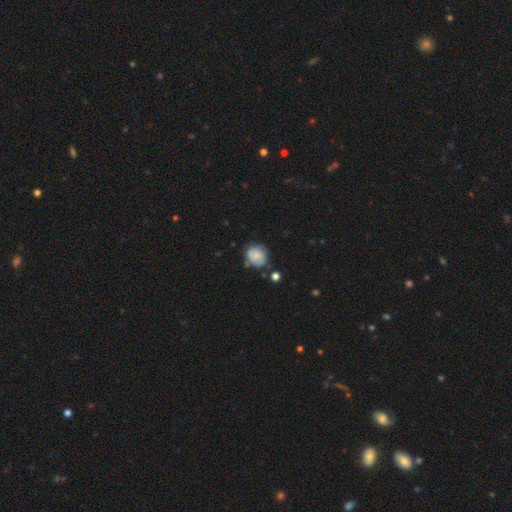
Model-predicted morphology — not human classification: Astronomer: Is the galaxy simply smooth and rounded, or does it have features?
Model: smooth — 70%.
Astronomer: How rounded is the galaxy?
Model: round — 73%.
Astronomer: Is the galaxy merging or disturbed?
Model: none — 62%.